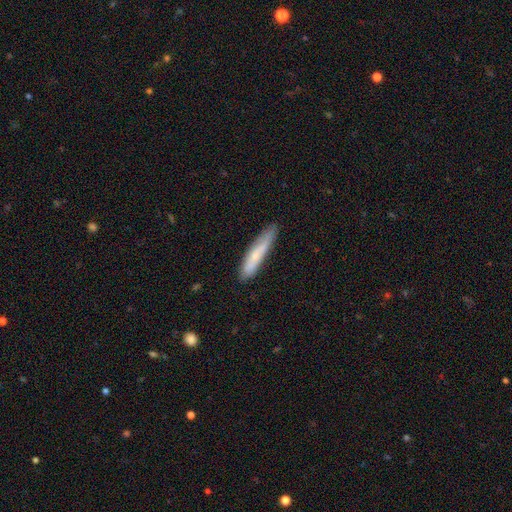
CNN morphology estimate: Smooth or featured? Predicted: smooth (p=0.69). How rounded? Predicted: cigar-shaped (p=0.89). Merging? Predicted: none (p=0.77).